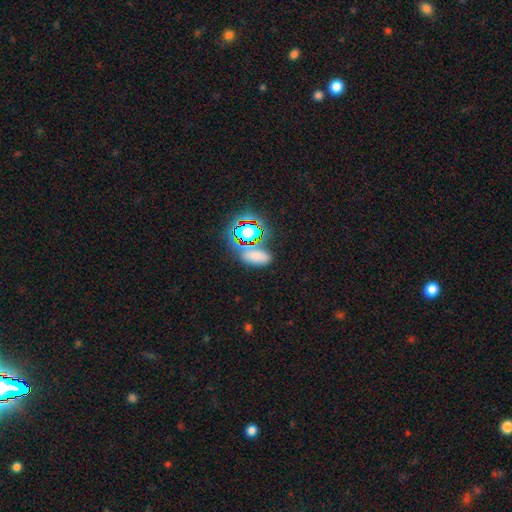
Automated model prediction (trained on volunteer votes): Smooth or featured: smooth — 60% (star or artifact — 30%)
How rounded: in between — 86% (round — 9%)
Merging: none — 67% (minor disturbance — 15%)